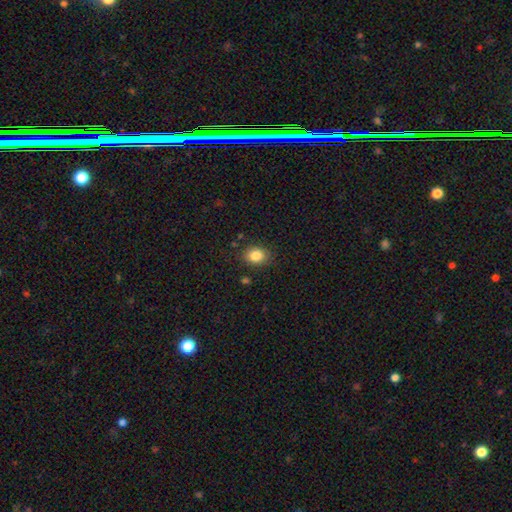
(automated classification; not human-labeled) Smooth or featured? smooth (85%)
How rounded? in between (58%)
Merging? none (85%)